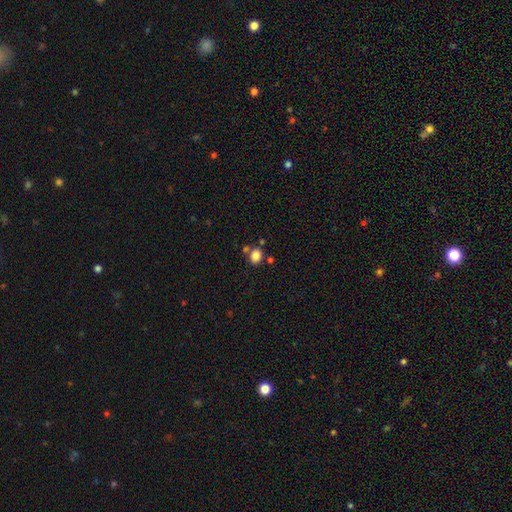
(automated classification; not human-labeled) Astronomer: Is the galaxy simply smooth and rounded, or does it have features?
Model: smooth — 83%.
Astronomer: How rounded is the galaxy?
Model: round — 53% (runner-up: in between, 46%).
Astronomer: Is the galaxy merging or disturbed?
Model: none — 70%.